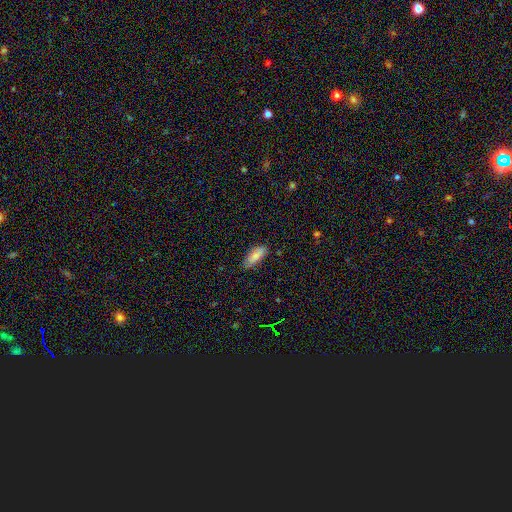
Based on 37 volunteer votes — Overall: smooth (81%). How rounded: in between (70%; cigar-shaped 30%). Merging: none (94%).